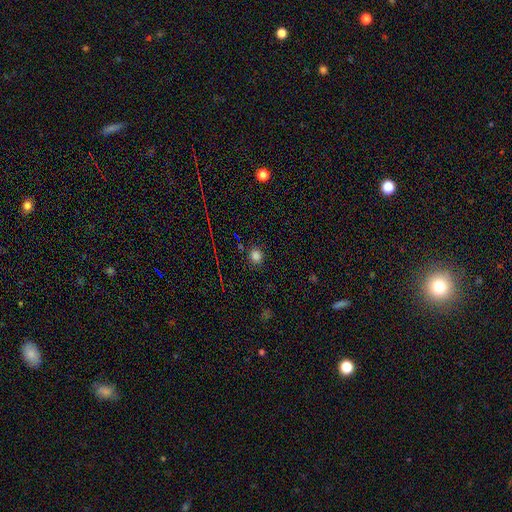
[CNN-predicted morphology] smooth_or_featured: smooth (p=0.78) [alt: star or artifact p=0.17]
how_rounded: round (p=0.78) [alt: in between p=0.21]
merging: none (p=0.85) [alt: minor disturbance p=0.10]